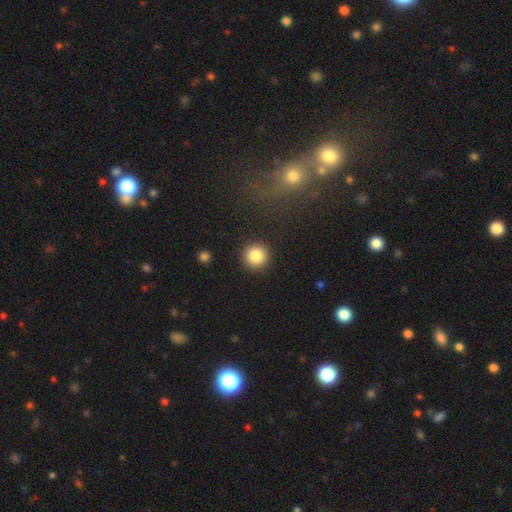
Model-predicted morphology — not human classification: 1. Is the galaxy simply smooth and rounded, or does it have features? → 85% smooth, 10% star or artifact, 5% featured or disk.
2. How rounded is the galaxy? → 94% round, 5% in between, 1% cigar-shaped.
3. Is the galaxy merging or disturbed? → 91% none, 6% minor disturbance, 2% major disturbance, 1% merger.